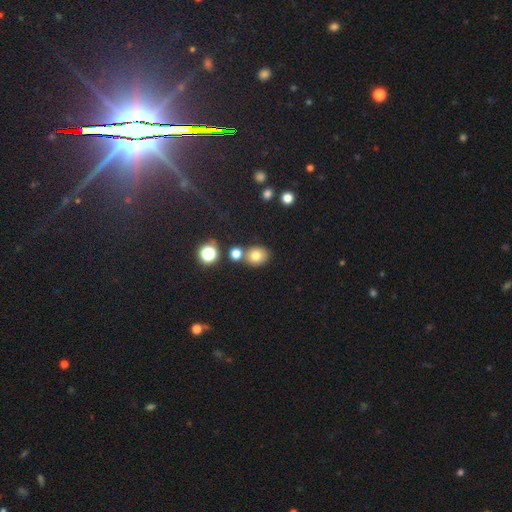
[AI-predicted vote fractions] Q: Smooth or featured?
A: smooth (77%); runner-up: star or artifact (13%)
Q: How rounded?
A: round (63%); runner-up: in between (36%)
Q: Merging?
A: none (68%); runner-up: merger (18%)